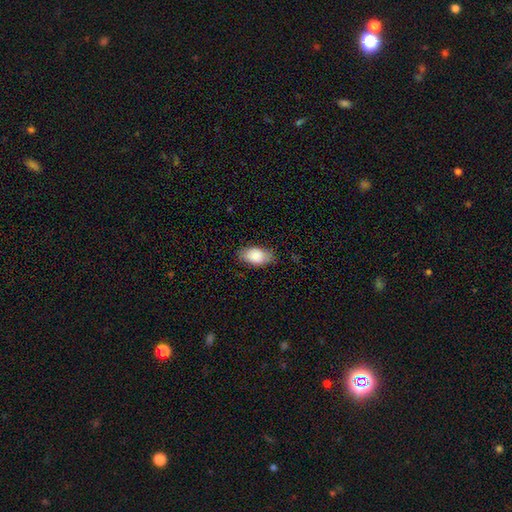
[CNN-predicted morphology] This appears to be a smooth galaxy with no disk features (86%) that is in between round and cigar-shaped (93%). Merging: none (77%).